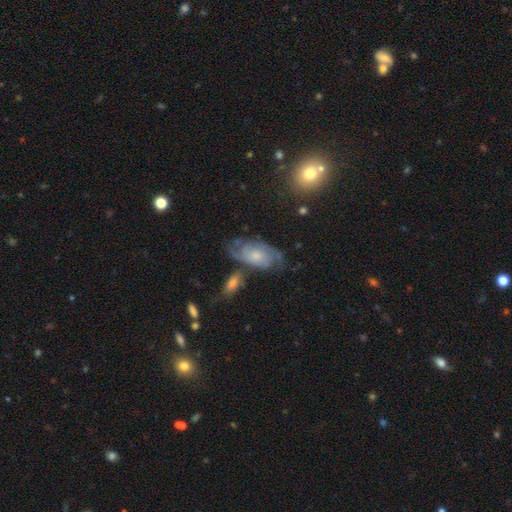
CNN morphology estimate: A featured or disk galaxy (67%) with no bar (75%), 2 (42%) tight (47%) spiral arms (87%) and a small central bulge (49%). Merging: none (56%).